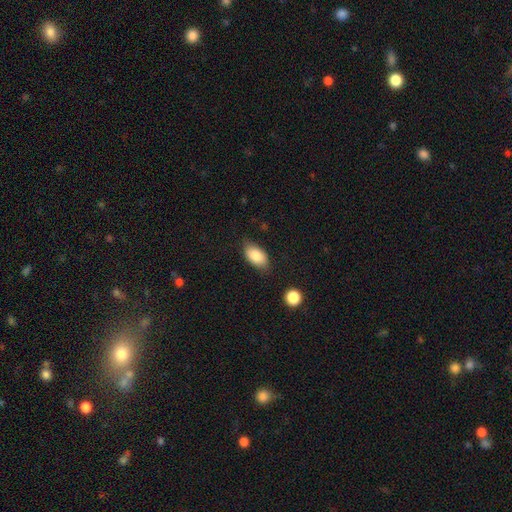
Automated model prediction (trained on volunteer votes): The model was most divided on "merging": none: 76%, minor disturbance: 18%, major disturbance: 4%, merger: 2%. More confident: how rounded — in between (92%); smooth or featured — smooth (85%).